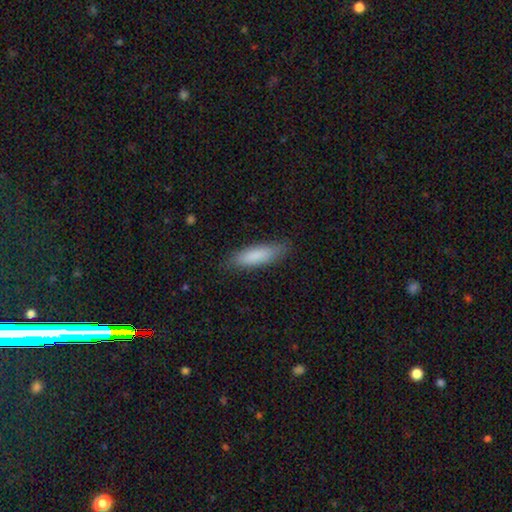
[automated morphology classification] A smooth galaxy with no disk features (84%) that is cigar-shaped (57%).

Vote fractions:
- Smooth or featured? smooth: 84% / featured or disk: 10% / star or artifact: 6%
- How rounded? cigar-shaped: 57% / in between: 41% / round: 1%
- Merging? none: 83% / minor disturbance: 13% / major disturbance: 3% / merger: 1%